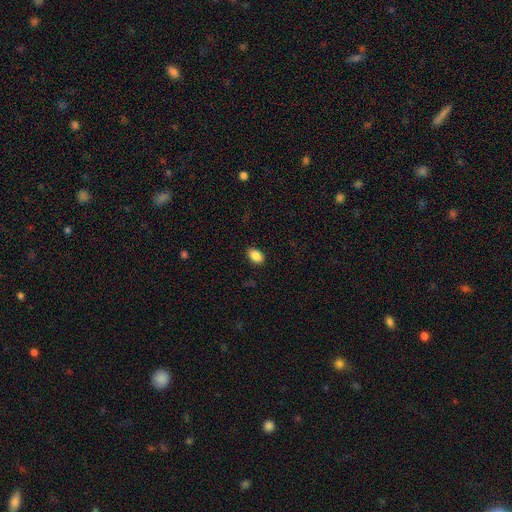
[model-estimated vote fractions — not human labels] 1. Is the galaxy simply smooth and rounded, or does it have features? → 88% smooth, 8% star or artifact, 4% featured or disk.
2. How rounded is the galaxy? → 88% in between, 10% round, 1% cigar-shaped.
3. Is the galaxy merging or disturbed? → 88% none, 9% minor disturbance, 2% major disturbance, 1% merger.